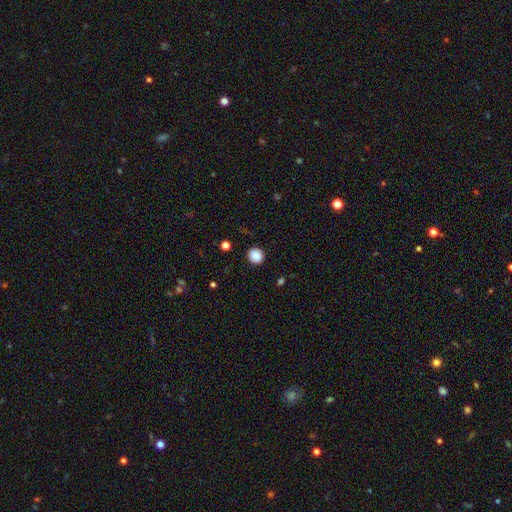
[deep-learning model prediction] This is clearly a smooth galaxy (86%). How rounded: clearly round (87%). Merging: clearly none (88%).